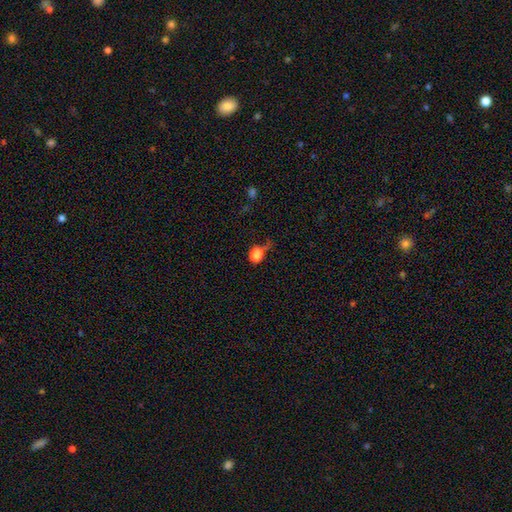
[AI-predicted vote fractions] Smooth or featured: smooth — 71% (star or artifact — 22%)
How rounded: in between — 54% (round — 43%)
Merging: none — 41% (major disturbance — 21%)